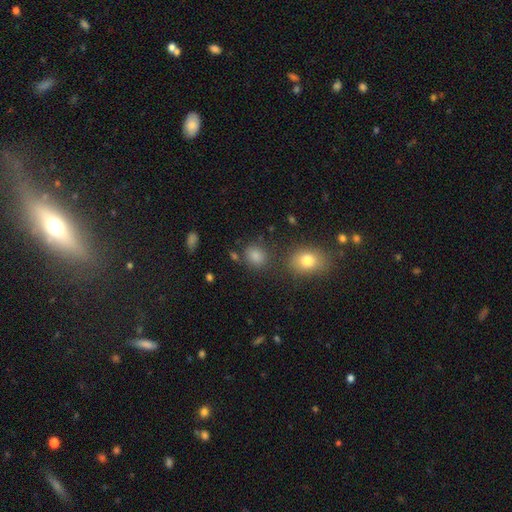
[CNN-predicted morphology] Overall: smooth (82%). How rounded: round (57%; in between 41%). Merging: none (74%).